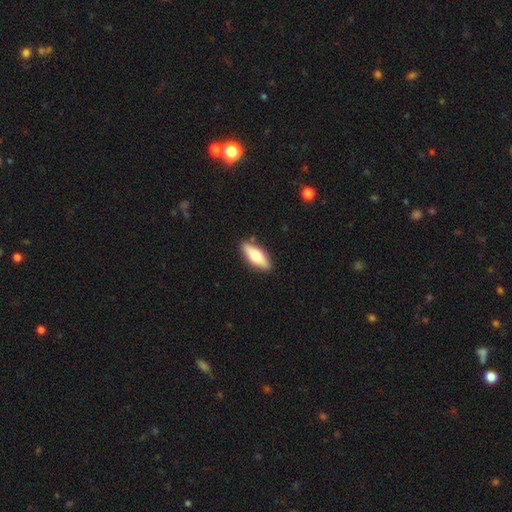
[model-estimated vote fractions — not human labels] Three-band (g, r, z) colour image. It shows a smooth galaxy with no disk features (58%) that is in between round and cigar-shaped (59%). Merging: none (87%).